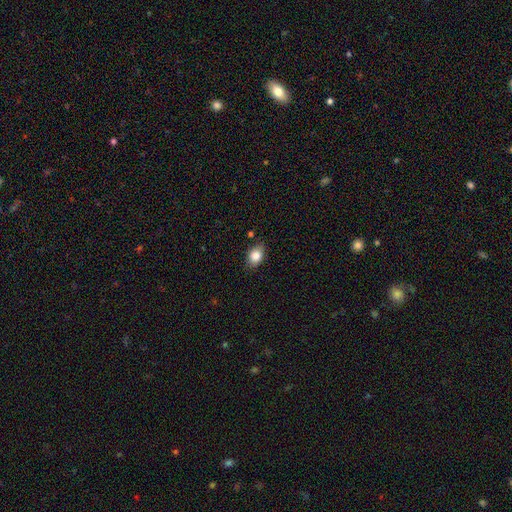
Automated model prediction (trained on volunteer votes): This appears to be a smooth galaxy with no disk features (82%) that is in between round and cigar-shaped (74%). Merging: none (80%).